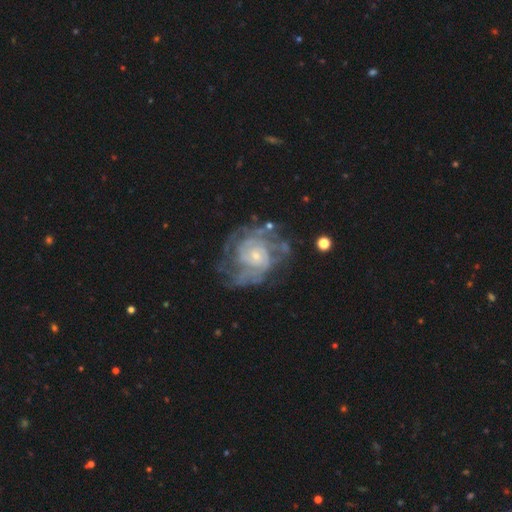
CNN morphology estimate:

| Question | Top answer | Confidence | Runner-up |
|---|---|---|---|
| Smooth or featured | featured or disk | 85% | smooth (8%) |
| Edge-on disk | no | 97% | yes (3%) |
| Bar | no | 71% | weak (24%) |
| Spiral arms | yes | 90% | no (10%) |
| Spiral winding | tight | 59% | medium (32%) |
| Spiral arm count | can't tell | 42% | 2 (18%) |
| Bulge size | small | 69% | moderate (24%) |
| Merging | none | 63% | minor disturbance (19%) |